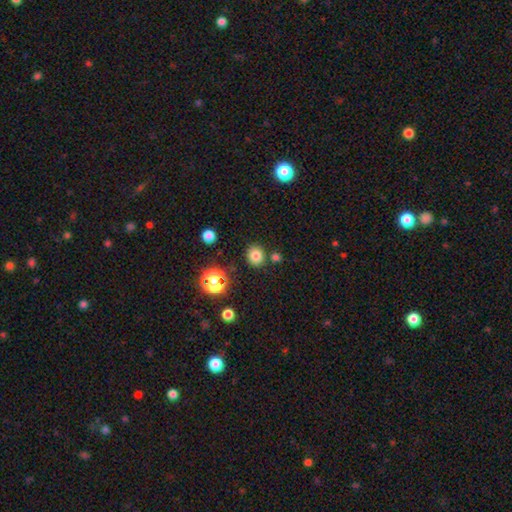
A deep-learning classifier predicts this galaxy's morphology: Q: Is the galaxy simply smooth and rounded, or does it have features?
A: smooth — 80%.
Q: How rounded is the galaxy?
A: round — 84%.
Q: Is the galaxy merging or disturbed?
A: none — 83%.